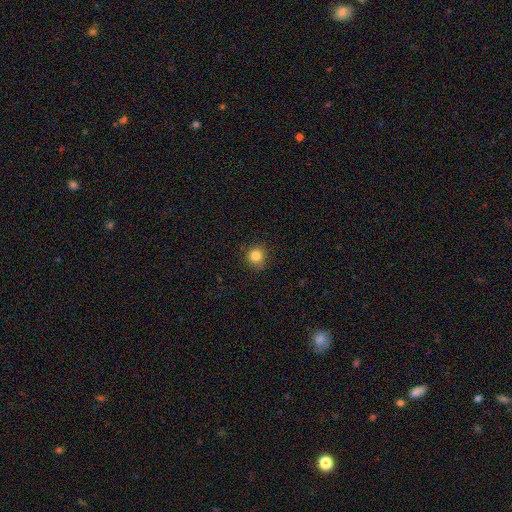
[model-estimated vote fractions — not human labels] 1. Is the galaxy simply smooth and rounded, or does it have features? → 83% smooth, 12% star or artifact, 5% featured or disk.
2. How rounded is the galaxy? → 91% round, 8% in between, 1% cigar-shaped.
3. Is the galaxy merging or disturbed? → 87% none, 9% minor disturbance, 2% major disturbance, 1% merger.